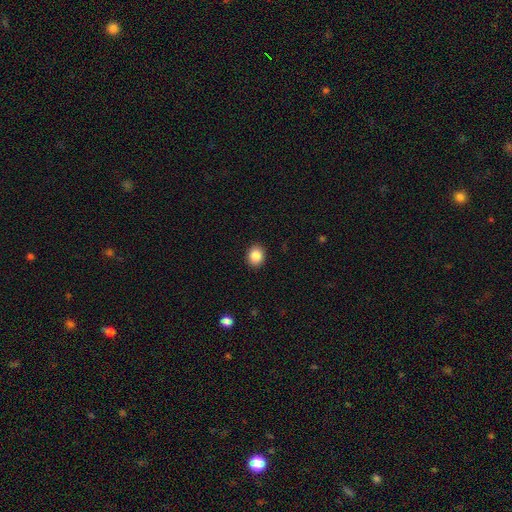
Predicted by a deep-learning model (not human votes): Smooth or featured?
  - smooth: 87% *
  - star or artifact: 9%
  - featured or disk: 4%
How rounded?
  - round: 62% *
  - in between: 38%
  - cigar-shaped: 1%
Merging?
  - none: 91% *
  - minor disturbance: 6%
  - major disturbance: 2%
  - merger: 1%